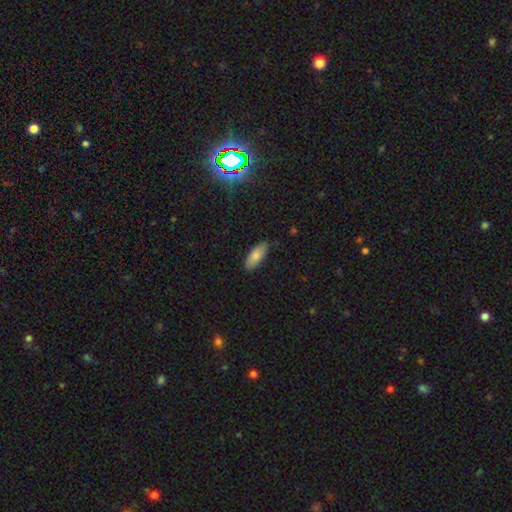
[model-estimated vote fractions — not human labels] Smooth or featured? Predicted: smooth (p=0.80). How rounded? Predicted: in between (p=0.80). Merging? Predicted: none (p=0.85).